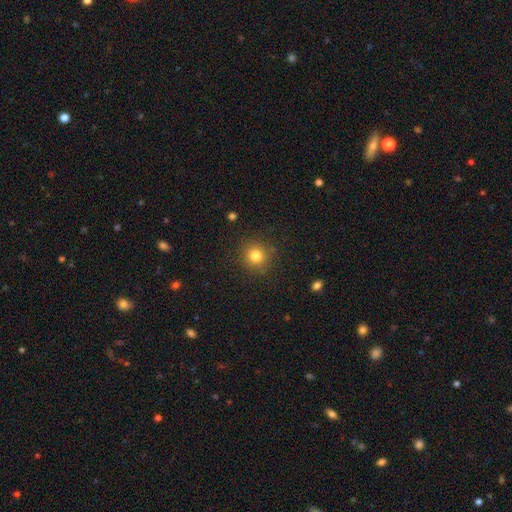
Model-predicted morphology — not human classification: A smooth galaxy with no disk features (81%) that is round (93%). Merging: none (89%).